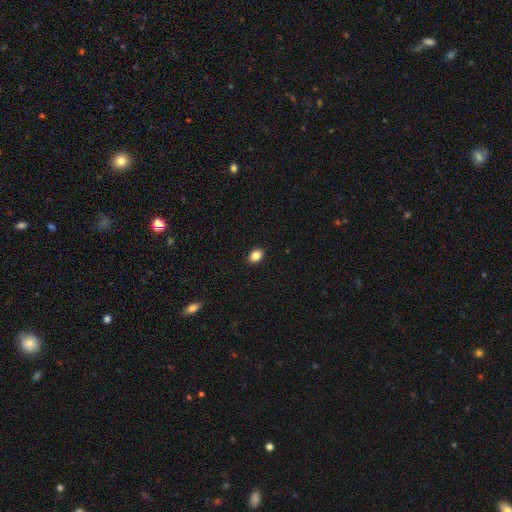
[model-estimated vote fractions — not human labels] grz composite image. It shows a smooth galaxy with no disk features (85%) that is in between round and cigar-shaped (73%). Merging: none (90%).